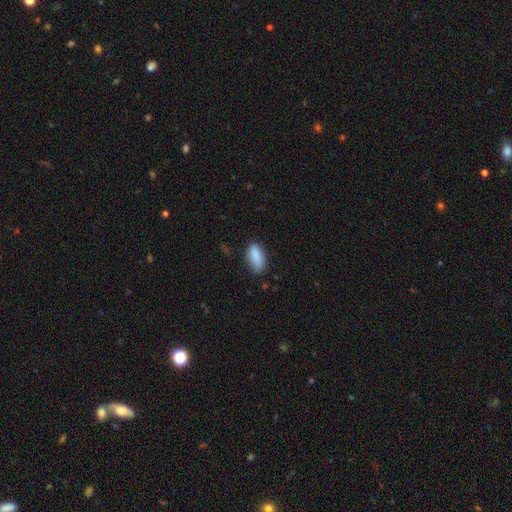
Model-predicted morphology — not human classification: Smooth or featured? smooth (88%)
How rounded? in between (87%)
Merging? none (77%)